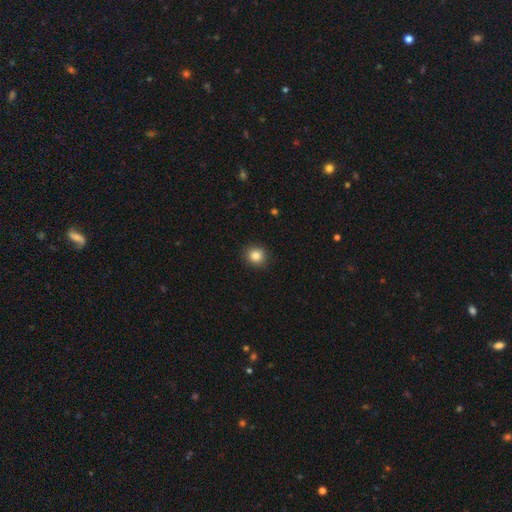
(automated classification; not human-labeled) A smooth galaxy with no disk features (85%) that is round (86%). Merging: none (90%).